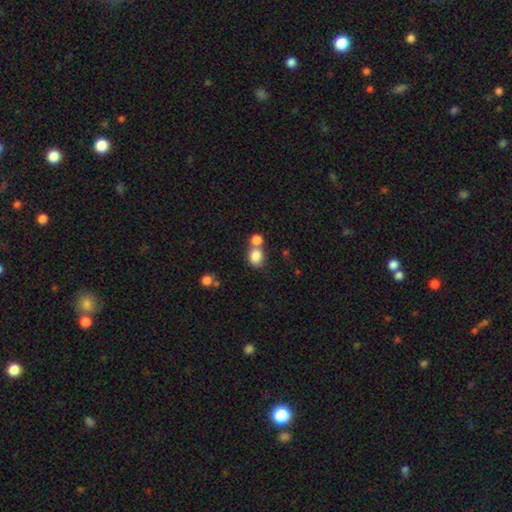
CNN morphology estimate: This appears to be a smooth galaxy with no disk features (83%) that is round (57%). Merging: none (44%).